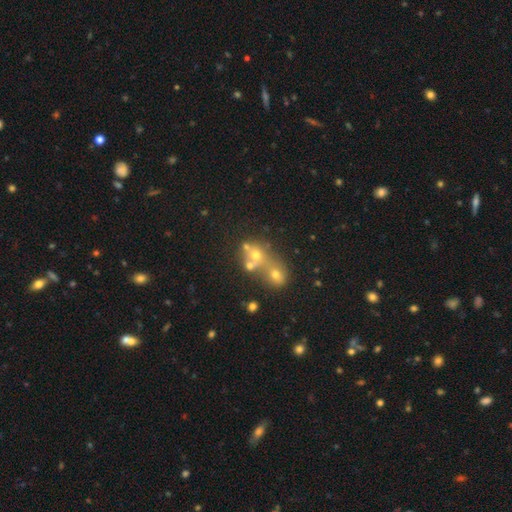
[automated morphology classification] smooth-or-featured: smooth: 48% | star or artifact: 30% | featured or disk: 22%
  merging: merger: 55% | none: 35% | minor disturbance: 6% | major disturbance: 4%